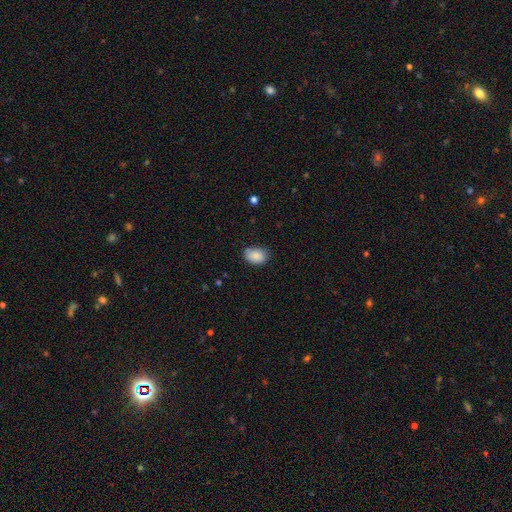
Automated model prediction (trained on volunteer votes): The model was most divided on "merging": none: 69%, minor disturbance: 25%, major disturbance: 4%, merger: 1%. More confident: smooth or featured — smooth (86%); how rounded — in between (80%).